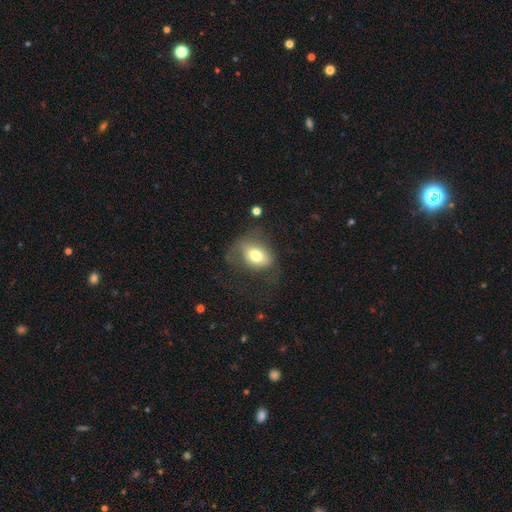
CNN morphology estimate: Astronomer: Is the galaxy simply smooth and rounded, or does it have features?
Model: smooth — 69%.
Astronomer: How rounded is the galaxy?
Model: in between — 73%.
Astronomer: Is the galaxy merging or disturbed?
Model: none — 42% (runner-up: major disturbance, 30%).